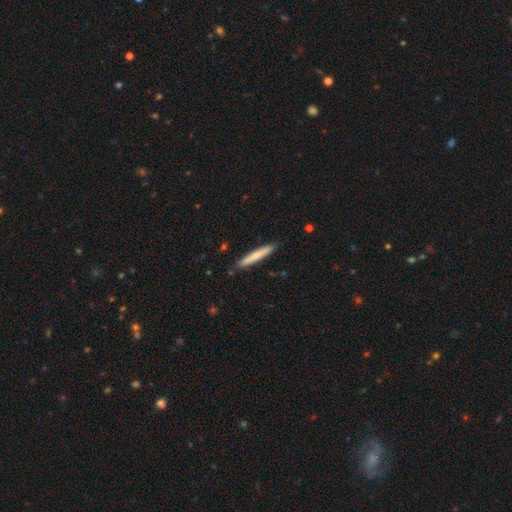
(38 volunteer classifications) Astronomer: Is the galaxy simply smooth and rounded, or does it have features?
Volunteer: smooth — 74%.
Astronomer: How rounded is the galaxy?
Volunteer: cigar-shaped — 89%.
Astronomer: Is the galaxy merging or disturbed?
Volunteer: none — 81%.